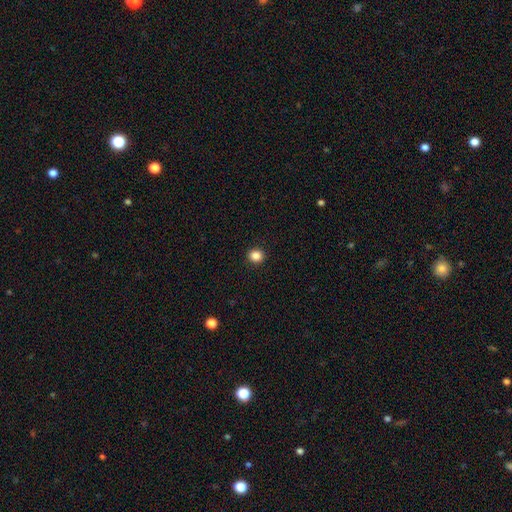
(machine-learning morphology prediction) type=smooth (86%); roundness=round (77%); merging=none (92%).